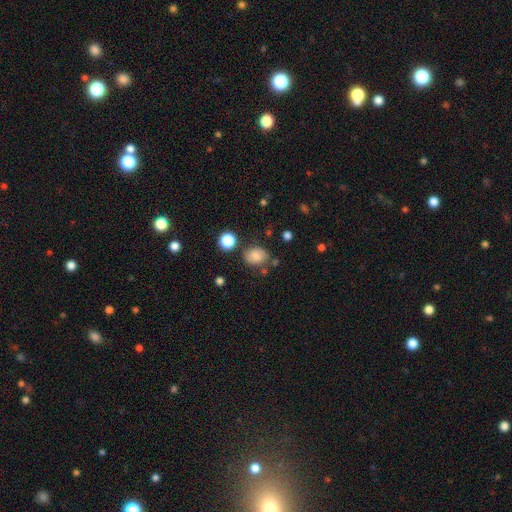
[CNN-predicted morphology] This is likely a smooth galaxy (77%). How rounded: possibly in between (50%). Merging: likely none (71%).